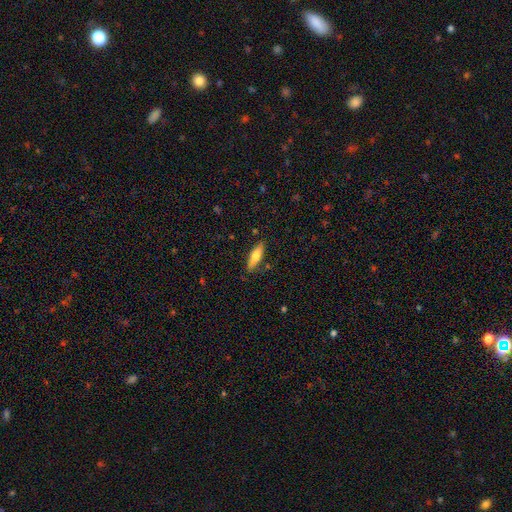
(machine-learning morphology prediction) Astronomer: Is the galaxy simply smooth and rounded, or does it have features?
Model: smooth — 64%.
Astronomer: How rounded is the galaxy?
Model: cigar-shaped — 51% (runner-up: in between, 47%).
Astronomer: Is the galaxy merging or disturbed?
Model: none — 83%.